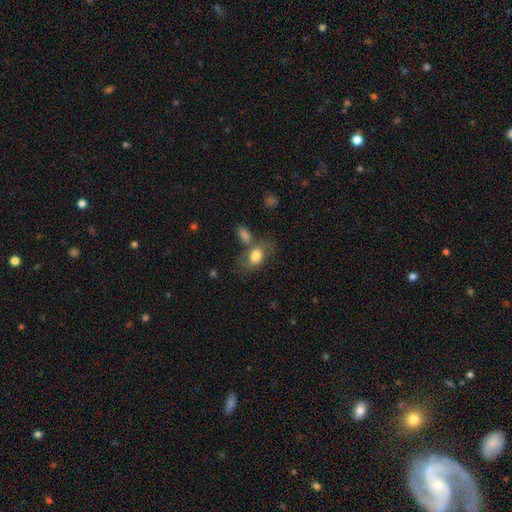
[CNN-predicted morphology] Q: Smooth or featured?
A: smooth (75%); runner-up: featured or disk (17%)
Q: How rounded?
A: in between (83%); runner-up: round (15%)
Q: Merging?
A: none (47%); runner-up: merger (26%)